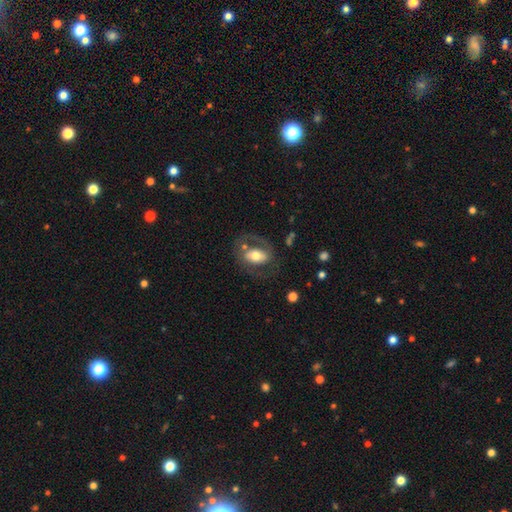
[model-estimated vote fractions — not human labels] The model was most divided on "bar": no: 42%, strong: 29%, weak: 29%. More confident: edge-on disk — no (93%); bulge size — moderate (61%); spiral arms — yes (60%); merging — none (59%); smooth or featured — featured or disk (56%).